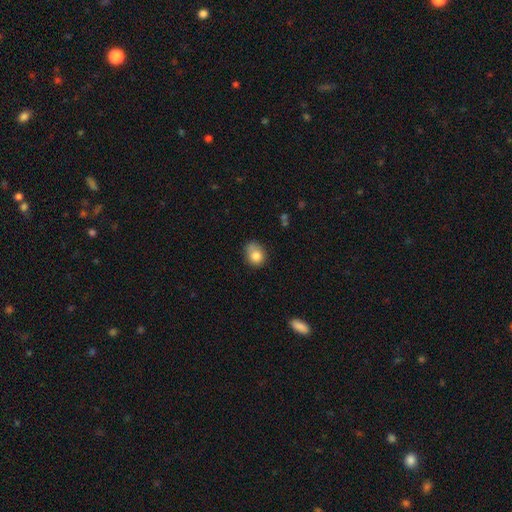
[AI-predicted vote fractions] The model was most divided on "how rounded": round: 57%, in between: 42%, cigar-shaped: 1%. More confident: smooth or featured — smooth (81%); merging — none (56%).